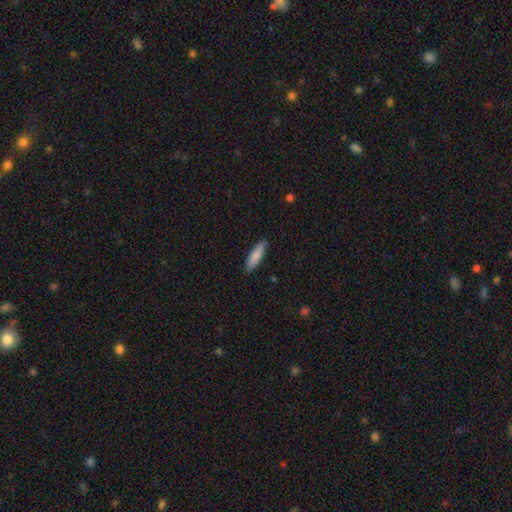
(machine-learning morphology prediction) Smooth or featured? Predicted: smooth (p=0.84). How rounded? Predicted: cigar-shaped (p=0.72). Merging? Predicted: none (p=0.88).